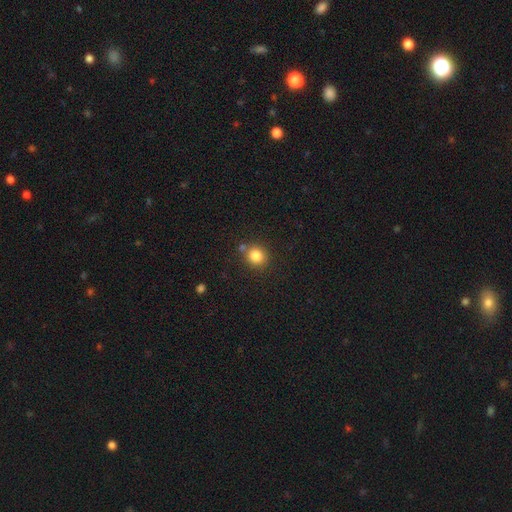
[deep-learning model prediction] Overall: smooth (82%). How rounded: round (87%). Merging: none (78%).